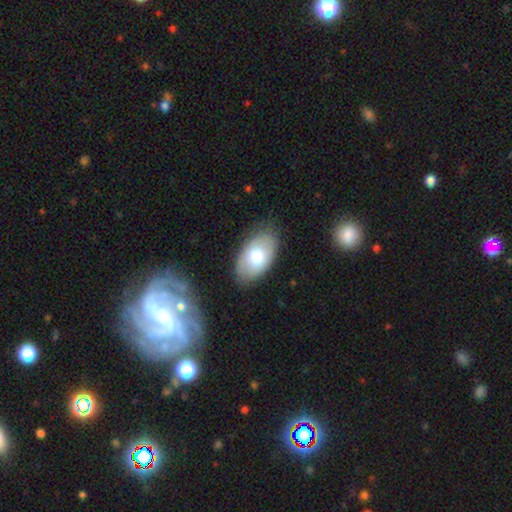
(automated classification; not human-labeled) smooth-or-featured: smooth: 73% | featured or disk: 21% | star or artifact: 6%
  how-rounded: in between: 94% | round: 5% | cigar-shaped: 1%
  merging: none: 80% | minor disturbance: 15% | major disturbance: 4% | merger: 2%